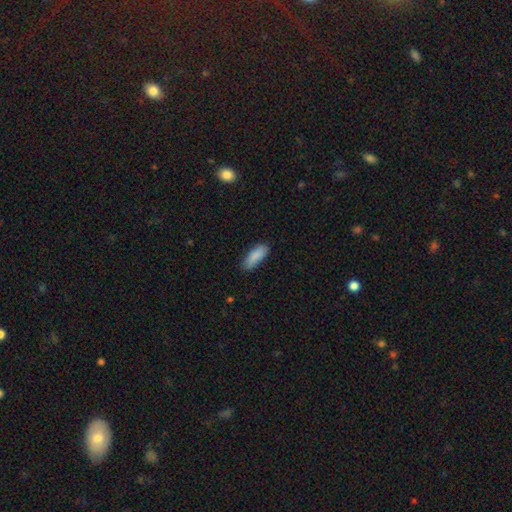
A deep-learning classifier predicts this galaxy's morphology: Q: Smooth or featured?
A: smooth (87%); runner-up: star or artifact (6%)
Q: How rounded?
A: in between (74%); runner-up: cigar-shaped (24%)
Q: Merging?
A: none (76%); runner-up: minor disturbance (19%)